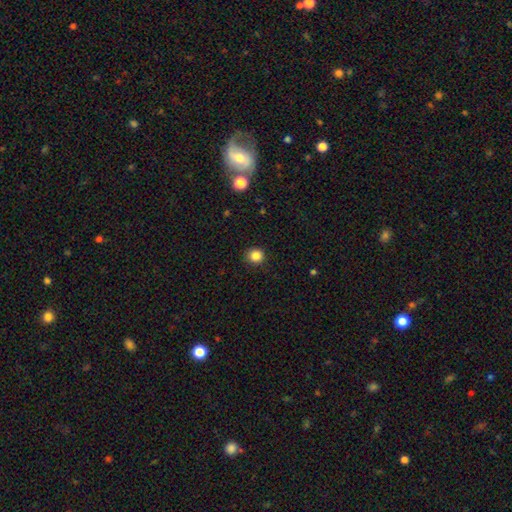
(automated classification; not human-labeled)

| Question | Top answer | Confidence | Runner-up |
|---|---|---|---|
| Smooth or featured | smooth | 85% | star or artifact (11%) |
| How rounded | round | 91% | in between (8%) |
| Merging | none | 90% | minor disturbance (7%) |